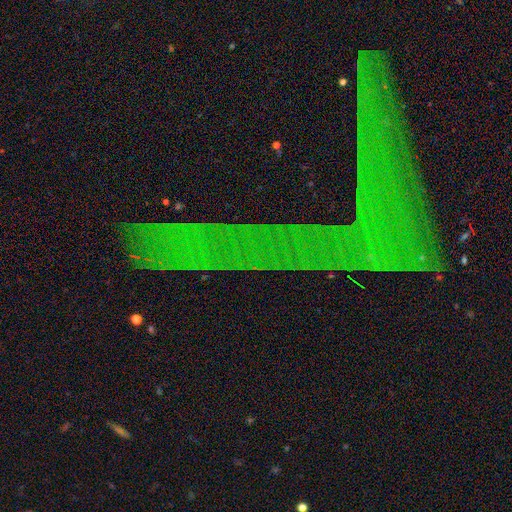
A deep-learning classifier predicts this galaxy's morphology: A star or artifact, not a galaxy (79%).